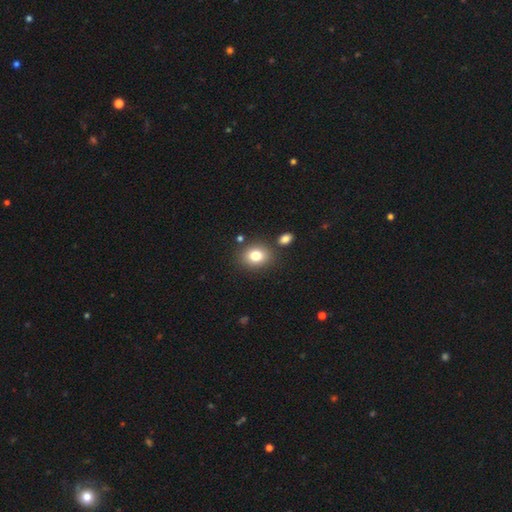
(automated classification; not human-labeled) This is likely a smooth galaxy (79%). How rounded: possibly round (56%). Merging: clearly none (80%).